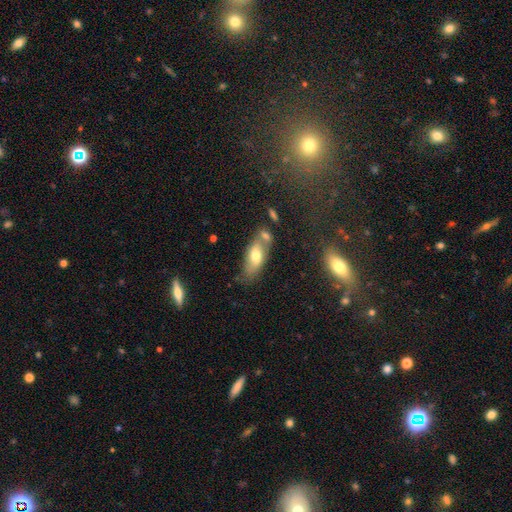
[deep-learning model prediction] This appears to be a smooth galaxy with no disk features (61%) that is in between round and cigar-shaped (79%). Merging: none (49%).